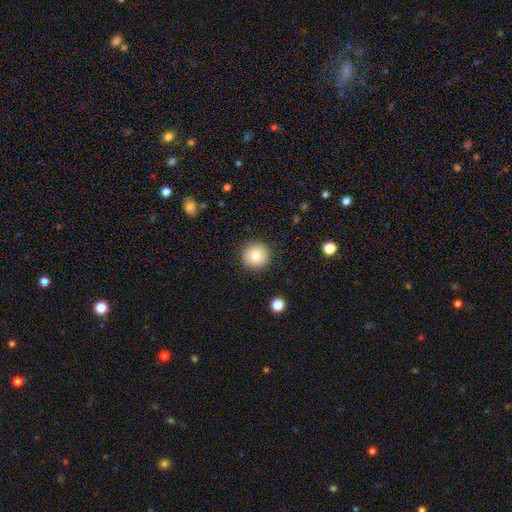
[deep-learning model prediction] The model was most divided on "smooth or featured": smooth: 80%, featured or disk: 10%, star or artifact: 9%. More confident: how rounded — round (95%); merging — none (90%).